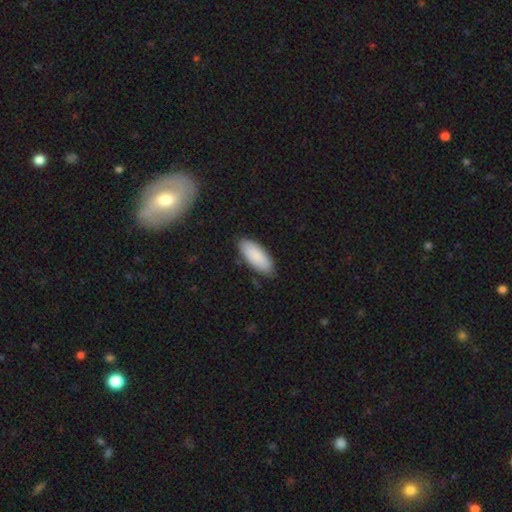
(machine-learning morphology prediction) Smooth or featured?
  - smooth: 88% *
  - featured or disk: 7%
  - star or artifact: 6%
How rounded?
  - in between: 80% *
  - cigar-shaped: 19%
  - round: 2%
Merging?
  - none: 83% *
  - minor disturbance: 13%
  - major disturbance: 2%
  - merger: 1%